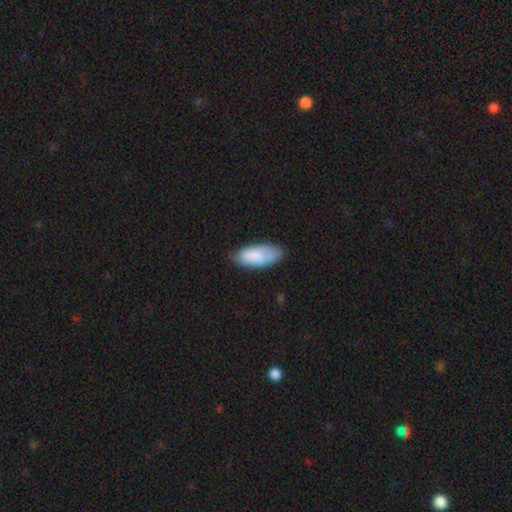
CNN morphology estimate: This is clearly a smooth galaxy (83%). How rounded: clearly in between (86%). Merging: likely none (67%).